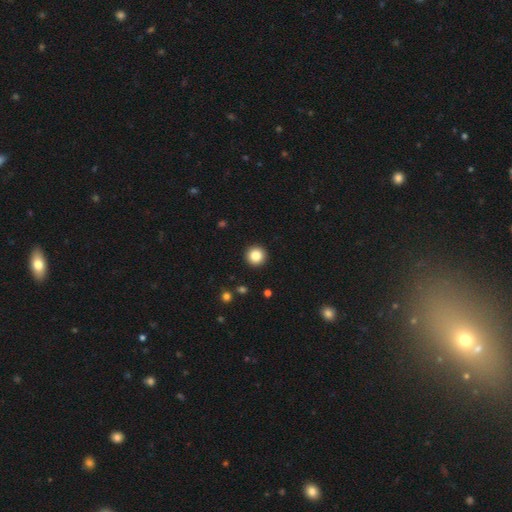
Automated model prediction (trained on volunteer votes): A smooth galaxy with no disk features (85%) that is round (96%).

Vote fractions:
- Smooth or featured? smooth: 85% / star or artifact: 10% / featured or disk: 5%
- How rounded? round: 96% / in between: 3% / cigar-shaped: 1%
- Merging? none: 93% / minor disturbance: 4% / major disturbance: 2% / merger: 1%